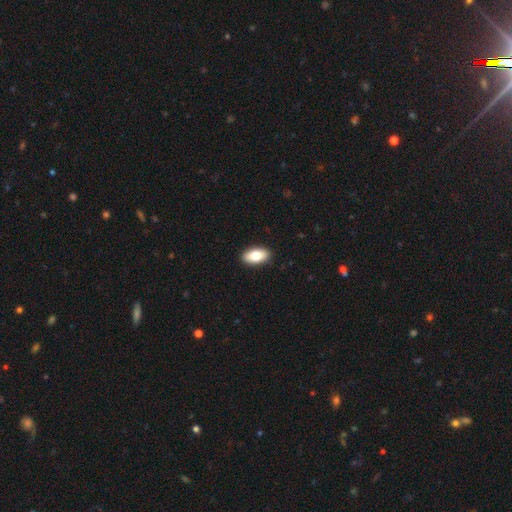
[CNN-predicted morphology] This appears to be a smooth galaxy with no disk features (78%) that is in between round and cigar-shaped (92%). Merging: none (91%).